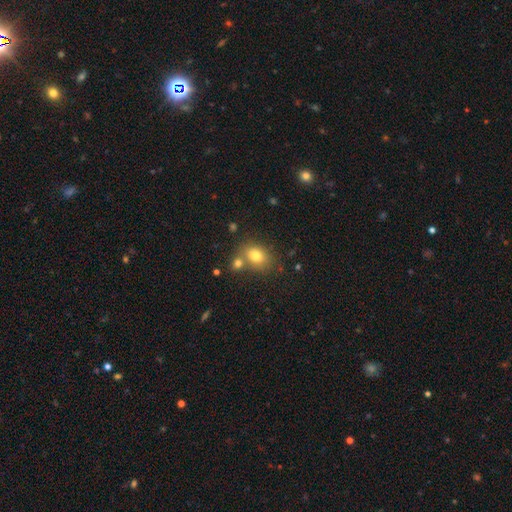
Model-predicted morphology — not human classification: The model was most divided on "how rounded": in between: 51%, round: 48%, cigar-shaped: 1%. More confident: smooth or featured — smooth (77%); merging — none (59%).